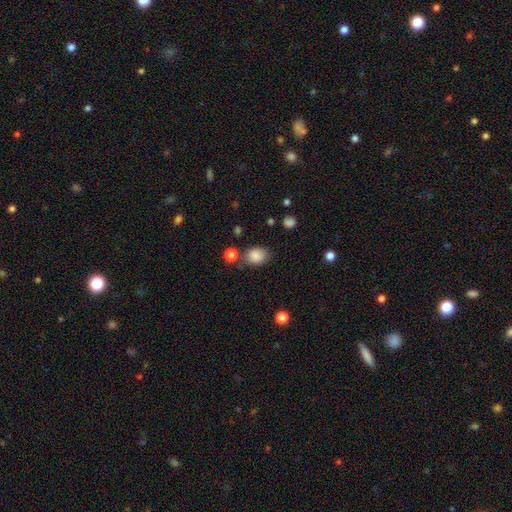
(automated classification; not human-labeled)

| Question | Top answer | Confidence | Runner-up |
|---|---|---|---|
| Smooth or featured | smooth | 86% | star or artifact (10%) |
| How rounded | in between | 54% | round (45%) |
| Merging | none | 74% | minor disturbance (15%) |